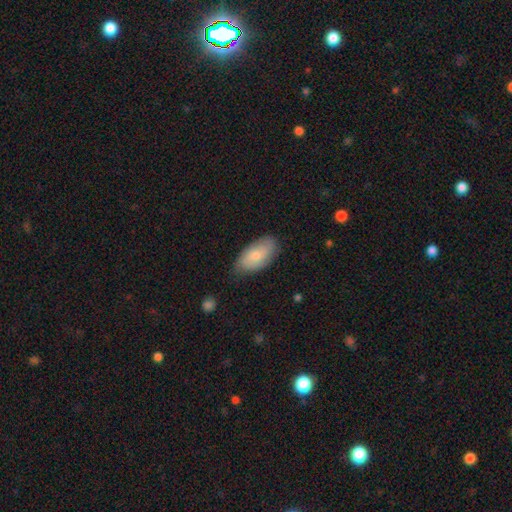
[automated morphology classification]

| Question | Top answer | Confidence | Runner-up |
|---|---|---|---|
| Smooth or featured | smooth | 74% | featured or disk (20%) |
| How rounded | in between | 93% | cigar-shaped (4%) |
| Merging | none | 73% | minor disturbance (22%) |